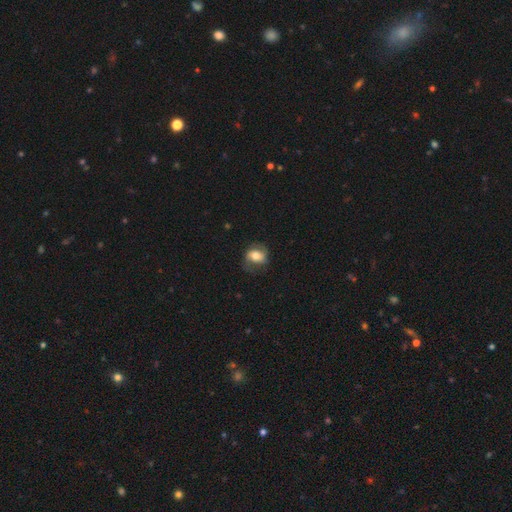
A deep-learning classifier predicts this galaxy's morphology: smooth 49%, featured or disk 43%, star or artifact 8%. Down the decision tree: merging — none (64%).